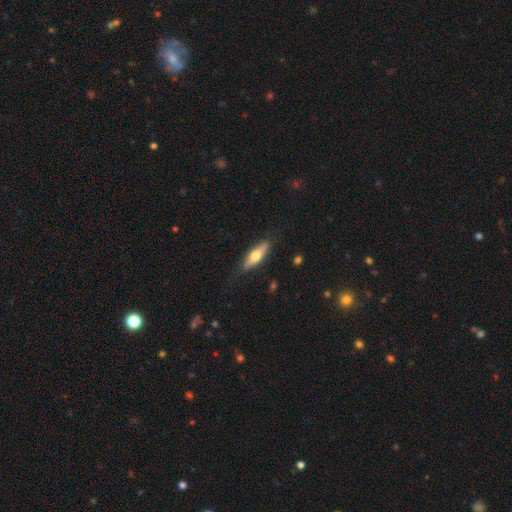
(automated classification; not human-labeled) A smooth galaxy with no disk features (58%) that is cigar-shaped (52%). Merging: none (81%).